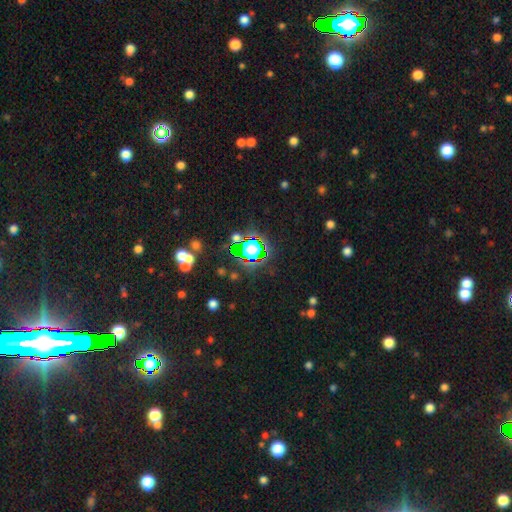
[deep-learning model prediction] Smooth or featured?
  - star or artifact: 74% *
  - smooth: 17%
  - featured or disk: 10%